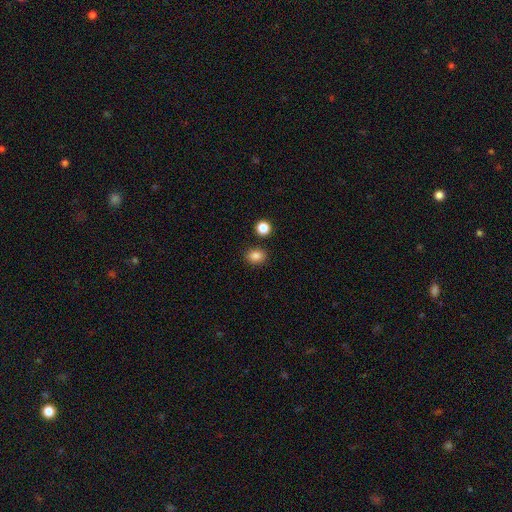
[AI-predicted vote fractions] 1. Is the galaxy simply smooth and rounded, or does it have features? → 85% smooth, 11% star or artifact, 4% featured or disk.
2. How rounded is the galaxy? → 52% round, 47% in between, 1% cigar-shaped.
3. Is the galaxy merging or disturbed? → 85% none, 9% minor disturbance, 4% merger, 2% major disturbance.